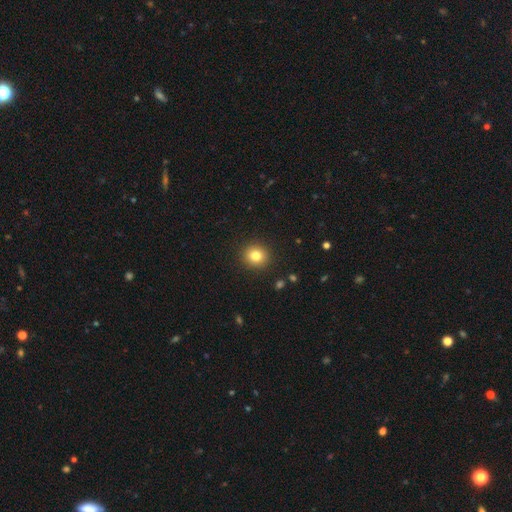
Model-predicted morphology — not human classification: Q: Smooth or featured?
A: smooth (81%); runner-up: star or artifact (11%)
Q: How rounded?
A: round (89%); runner-up: in between (10%)
Q: Merging?
A: none (91%); runner-up: minor disturbance (6%)